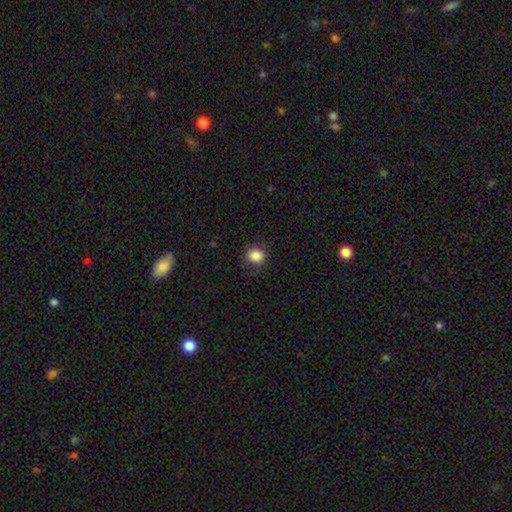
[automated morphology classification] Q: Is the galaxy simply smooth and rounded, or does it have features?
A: smooth — 86%.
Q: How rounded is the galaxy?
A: round — 77%.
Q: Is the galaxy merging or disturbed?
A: none — 88%.